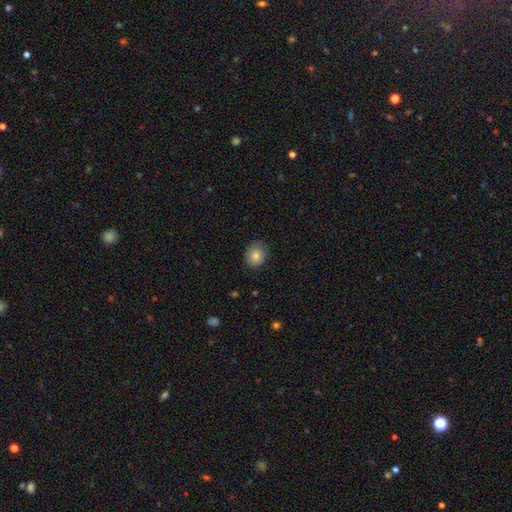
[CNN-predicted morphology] Overall: smooth (79%). How rounded: round (67%; in between 32%). Merging: none (80%).